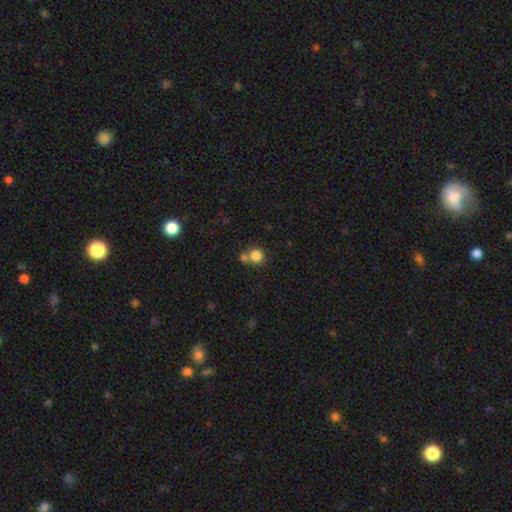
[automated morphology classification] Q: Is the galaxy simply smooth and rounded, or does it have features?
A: smooth — 83%.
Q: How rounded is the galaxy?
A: round — 88%.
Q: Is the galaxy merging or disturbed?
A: none — 56%.